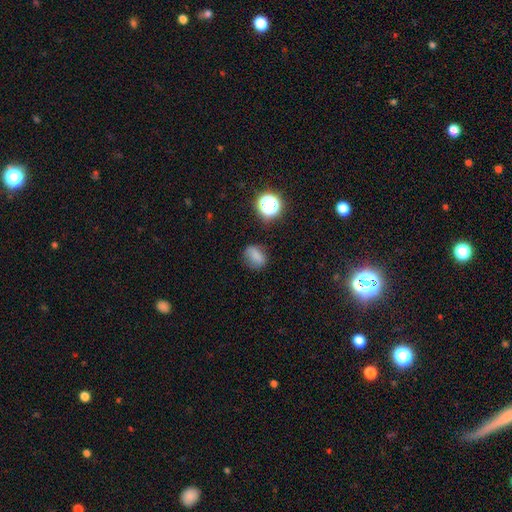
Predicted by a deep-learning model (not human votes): Smooth or featured: smooth — 76% (star or artifact — 16%)
How rounded: in between — 63% (round — 34%)
Merging: none — 67% (minor disturbance — 22%)